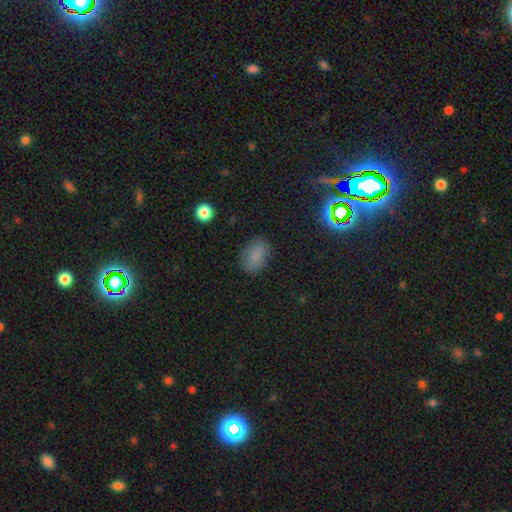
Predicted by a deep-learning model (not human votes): Smooth or featured? Predicted: smooth (p=0.80). How rounded? Predicted: in between (p=0.85). Merging? Predicted: none (p=0.83).